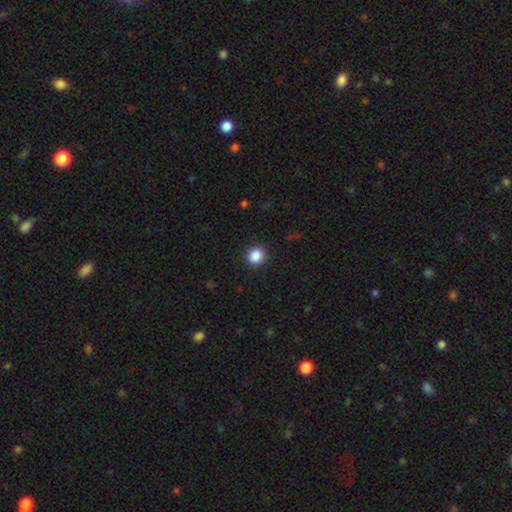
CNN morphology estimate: Overall: smooth (87%). How rounded: round (91%). Merging: none (92%).